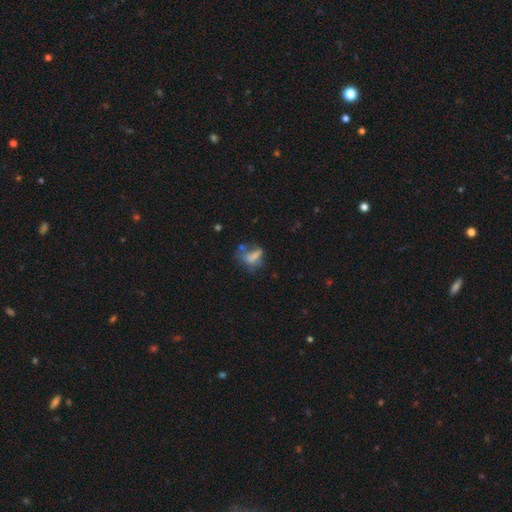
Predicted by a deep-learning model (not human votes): Smooth or featured?
  - smooth: 53% *
  - featured or disk: 29%
  - star or artifact: 18%
How rounded?
  - in between: 66% *
  - round: 17%
  - cigar-shaped: 17%
Merging?
  - none: 37% *
  - major disturbance: 27%
  - minor disturbance: 23%
  - merger: 13%